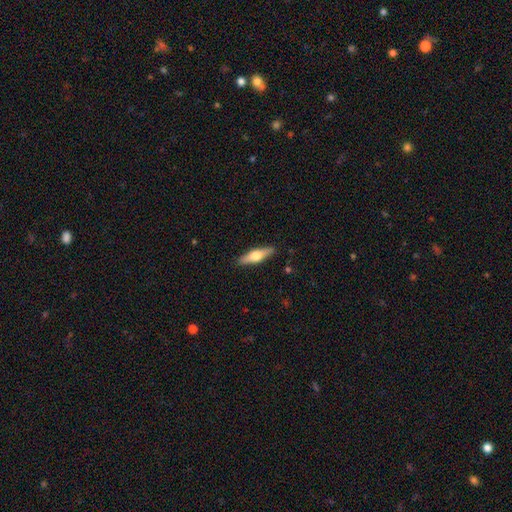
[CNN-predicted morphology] A featured or disk galaxy (52%) viewed edge-on (94%).

Vote fractions:
- Smooth or featured? featured or disk: 52% / smooth: 42% / star or artifact: 5%
- Edge-on disk? yes: 94% / no: 6%
- Merging? none: 90% / minor disturbance: 8% / major disturbance: 2% / merger: 1%